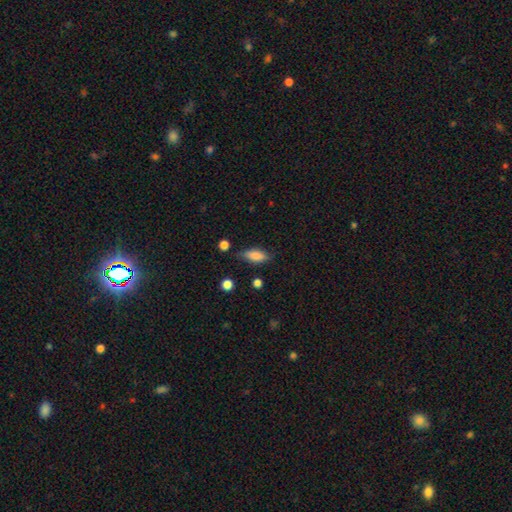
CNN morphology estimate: smooth-or-featured: smooth: 79% | featured or disk: 13% | star or artifact: 8%
  how-rounded: in between: 77% | cigar-shaped: 19% | round: 3%
  merging: none: 73% | minor disturbance: 20% | major disturbance: 5% | merger: 2%